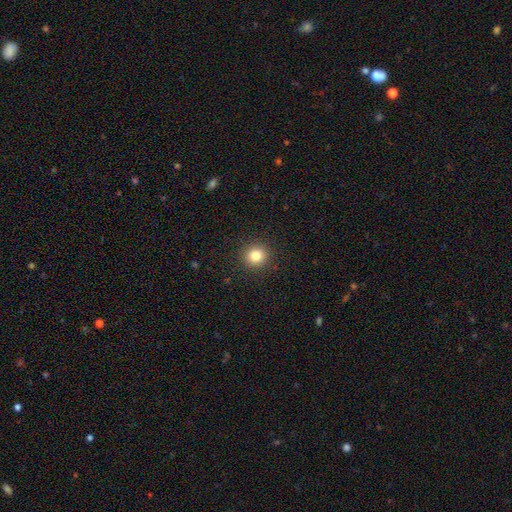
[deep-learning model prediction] This is clearly a smooth galaxy (82%). How rounded: clearly round (93%). Merging: clearly none (92%).